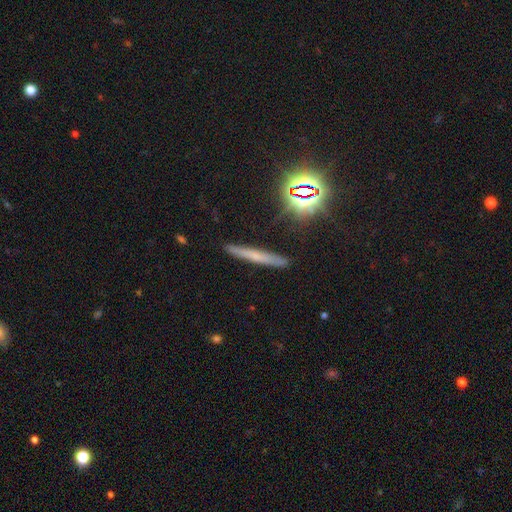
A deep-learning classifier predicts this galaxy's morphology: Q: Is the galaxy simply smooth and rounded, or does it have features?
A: smooth — 48%.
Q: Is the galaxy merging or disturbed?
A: none — 88%.